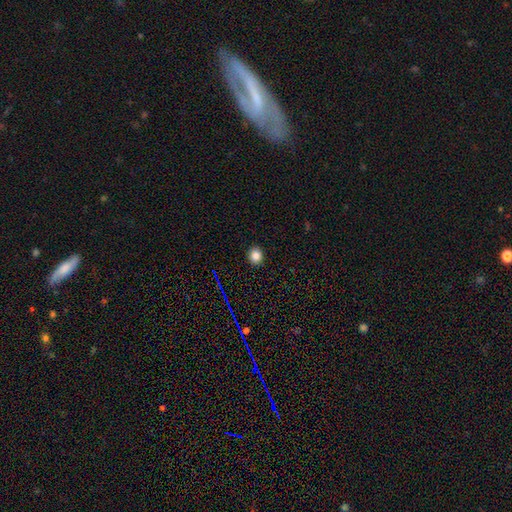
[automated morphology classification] smooth 82%, star or artifact 12%, featured or disk 5%. Down the decision tree: how rounded — round (77%); merging — none (92%).